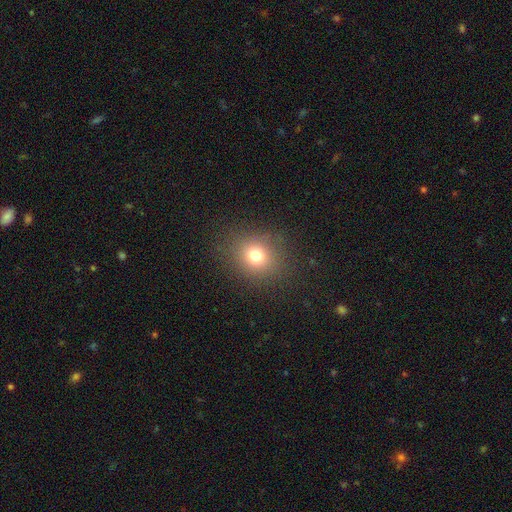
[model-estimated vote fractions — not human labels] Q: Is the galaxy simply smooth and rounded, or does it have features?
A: smooth — 74%.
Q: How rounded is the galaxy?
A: round — 68%.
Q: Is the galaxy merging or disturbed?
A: none — 85%.